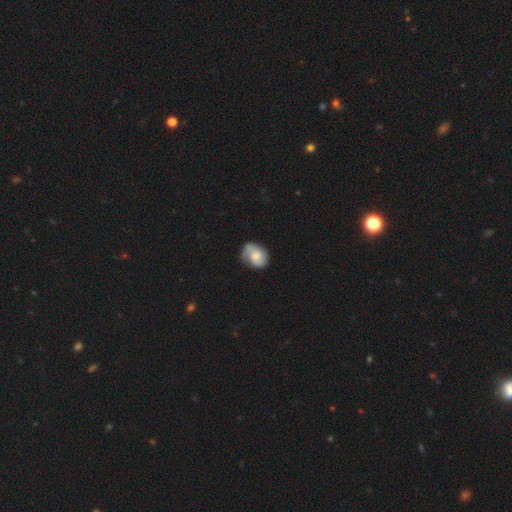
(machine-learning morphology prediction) This is possibly a smooth galaxy (55%). How rounded: likely in between (63%). Merging: possibly none (53%).